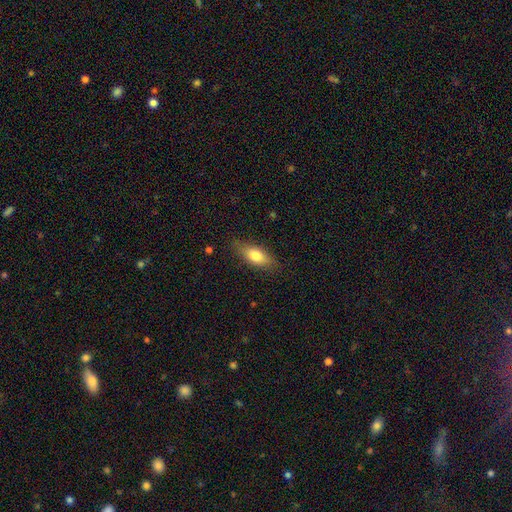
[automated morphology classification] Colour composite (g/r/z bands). It shows a smooth galaxy with no disk features (76%) that is in between round and cigar-shaped (77%). Merging: none (81%).